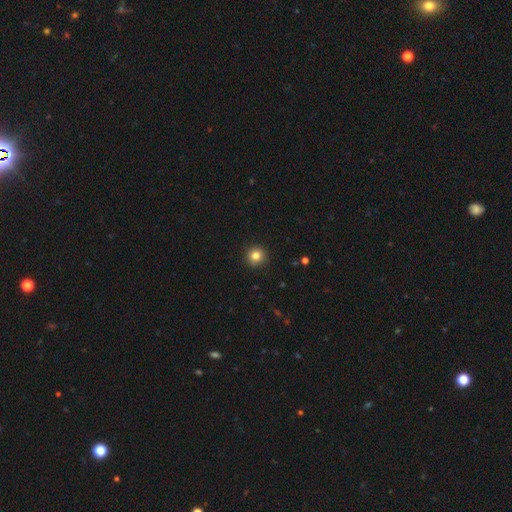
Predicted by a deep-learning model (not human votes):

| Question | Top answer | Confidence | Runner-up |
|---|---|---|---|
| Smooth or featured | smooth | 83% | star or artifact (11%) |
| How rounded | round | 93% | in between (6%) |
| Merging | none | 90% | minor disturbance (7%) |